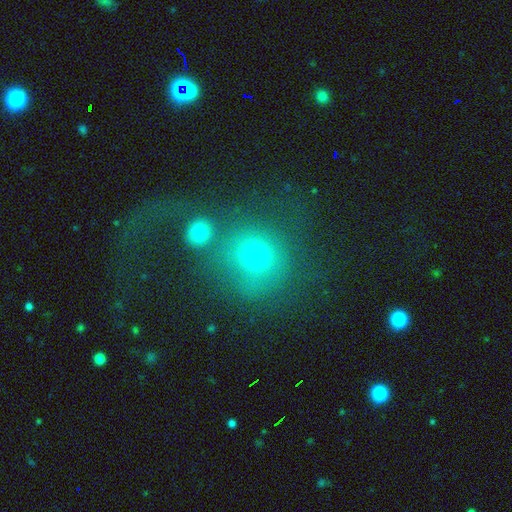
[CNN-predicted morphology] Smooth or featured? smooth (68%)
How rounded? round (88%)
Merging? none (53%)